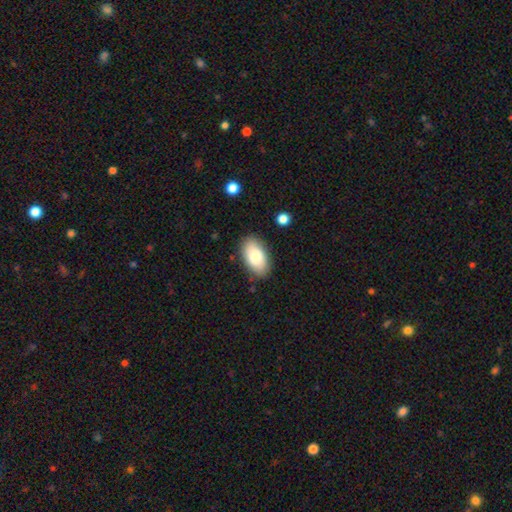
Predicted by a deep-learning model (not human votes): Overall: smooth (81%). How rounded: in between (94%). Merging: none (85%).